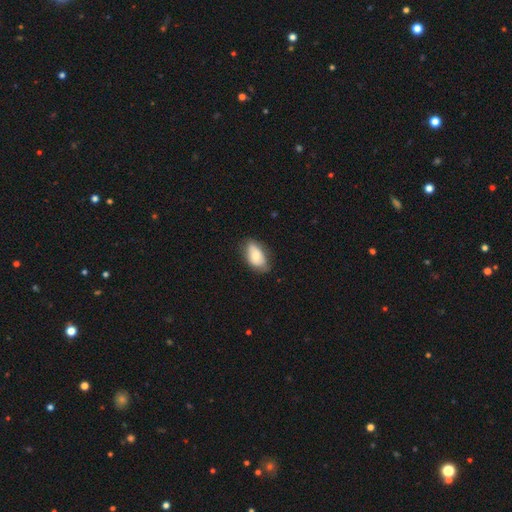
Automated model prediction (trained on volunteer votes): Overall: smooth (67%). How rounded: in between (92%). Merging: none (70%).